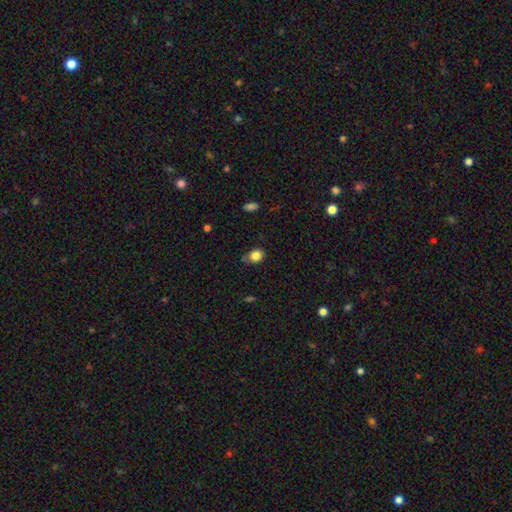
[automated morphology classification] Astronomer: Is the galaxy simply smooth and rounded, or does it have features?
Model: smooth — 84%.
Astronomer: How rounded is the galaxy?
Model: in between — 50% (runner-up: round, 49%).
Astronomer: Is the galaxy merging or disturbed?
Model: none — 61%.